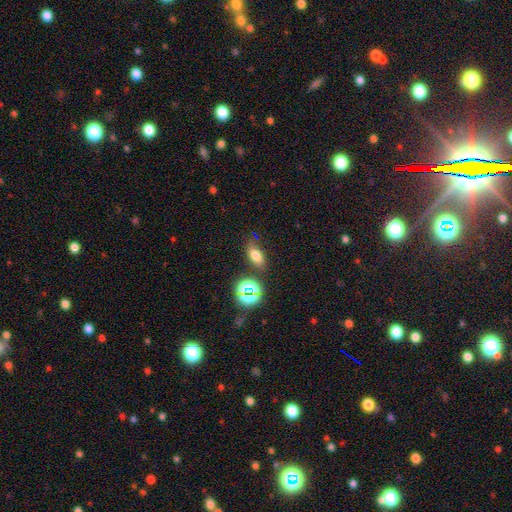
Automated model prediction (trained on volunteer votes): The model was most divided on "smooth or featured": smooth: 68%, star or artifact: 20%, featured or disk: 12%. More confident: how rounded — in between (79%); merging — none (78%).